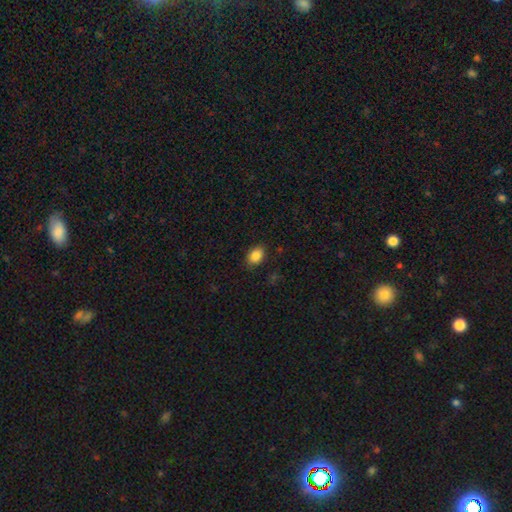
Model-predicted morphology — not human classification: The model was most divided on "how rounded": in between: 80%, round: 19%, cigar-shaped: 1%. More confident: smooth or featured — smooth (87%); merging — none (85%).